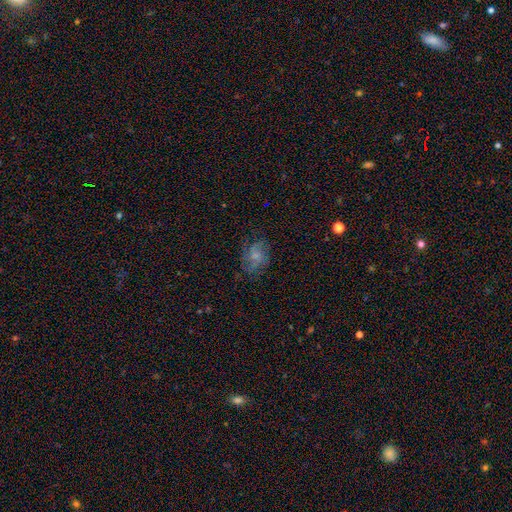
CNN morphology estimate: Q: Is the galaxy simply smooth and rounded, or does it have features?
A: featured or disk — 45%.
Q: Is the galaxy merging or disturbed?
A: none — 64%.